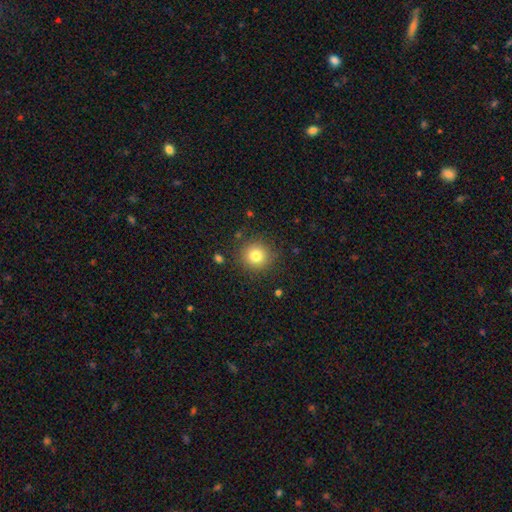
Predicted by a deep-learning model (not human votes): Q: Smooth or featured?
A: smooth (80%); runner-up: star or artifact (12%)
Q: How rounded?
A: round (92%); runner-up: in between (7%)
Q: Merging?
A: none (87%); runner-up: minor disturbance (8%)